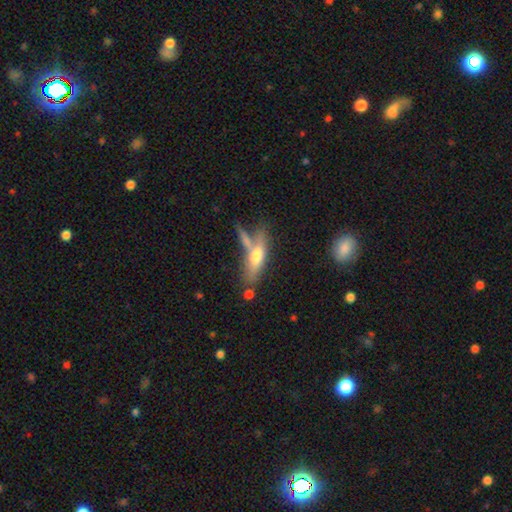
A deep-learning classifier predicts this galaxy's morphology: A smooth galaxy with no disk features (57%) that is cigar-shaped (50%).

Vote fractions:
- Smooth or featured? smooth: 57% / featured or disk: 37% / star or artifact: 7%
- How rounded? cigar-shaped: 50% / in between: 47% / round: 3%
- Merging? none: 49% / merger: 26% / minor disturbance: 16% / major disturbance: 8%